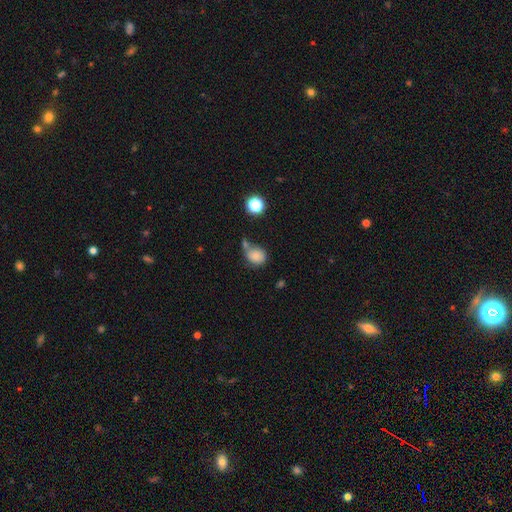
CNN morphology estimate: This appears to be a smooth galaxy with no disk features (81%) that is round (63%). Merging: none (46%).